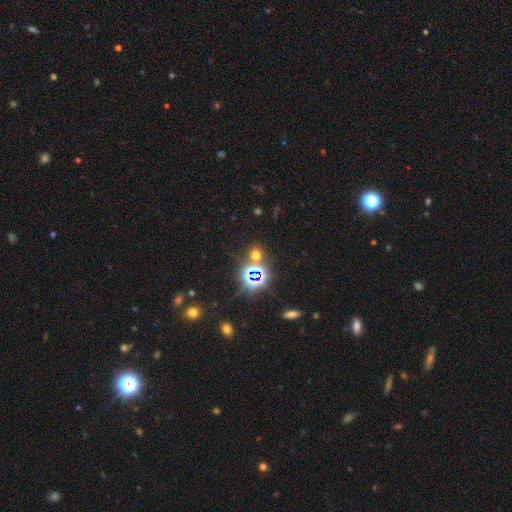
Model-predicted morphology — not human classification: Smooth or featured? star or artifact (51%)